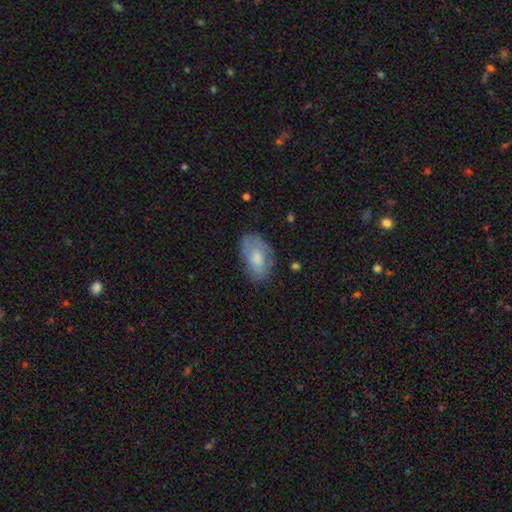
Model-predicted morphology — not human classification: This is likely a smooth galaxy (62%). How rounded: clearly in between (91%). Merging: likely none (63%).